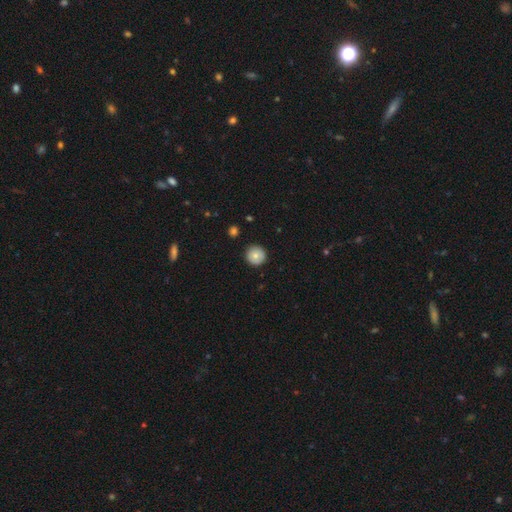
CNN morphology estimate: smooth_or_featured: smooth (p=0.78) [alt: featured or disk p=0.14]
how_rounded: round (p=0.96) [alt: in between p=0.03]
merging: none (p=0.90) [alt: minor disturbance p=0.07]